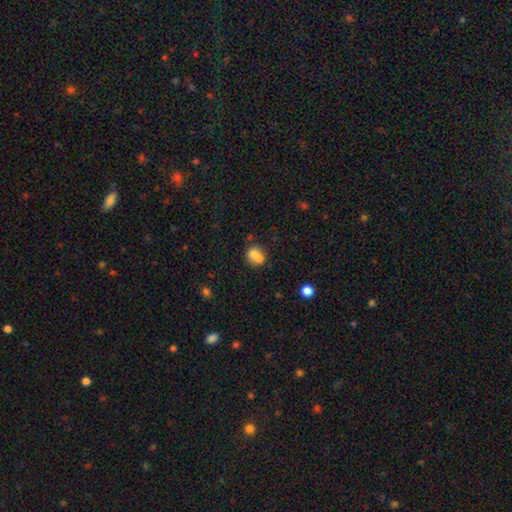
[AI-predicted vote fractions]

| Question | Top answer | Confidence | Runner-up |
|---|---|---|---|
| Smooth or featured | smooth | 71% | featured or disk (19%) |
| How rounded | round | 70% | in between (29%) |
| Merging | merger | 57% | none (32%) |